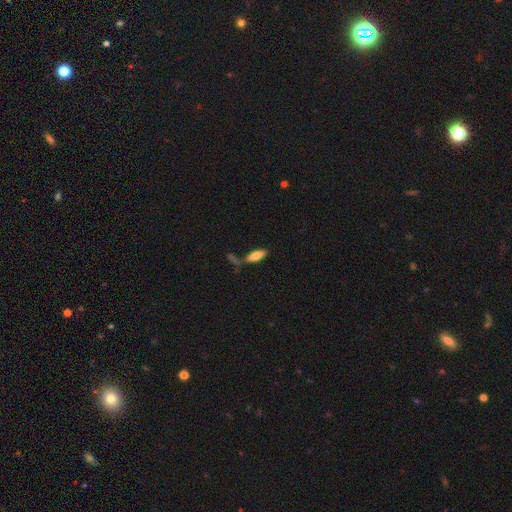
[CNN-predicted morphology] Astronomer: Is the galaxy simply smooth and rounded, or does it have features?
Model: smooth — 74%.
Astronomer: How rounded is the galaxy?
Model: in between — 64%.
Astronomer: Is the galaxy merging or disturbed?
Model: none — 65%.